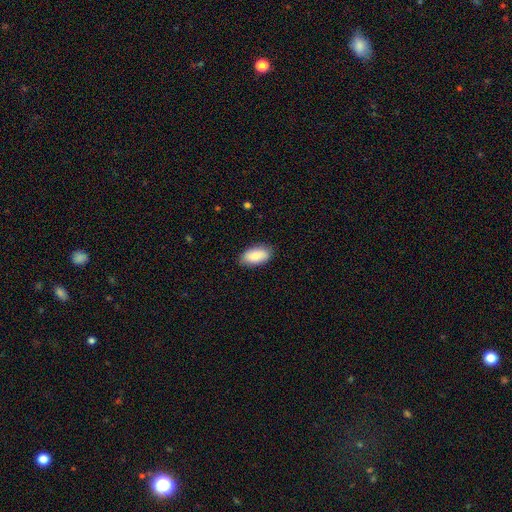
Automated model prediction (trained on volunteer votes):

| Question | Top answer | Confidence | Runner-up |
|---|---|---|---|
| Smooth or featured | smooth | 86% | featured or disk (8%) |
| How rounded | in between | 94% | cigar-shaped (3%) |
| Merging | none | 86% | minor disturbance (11%) |